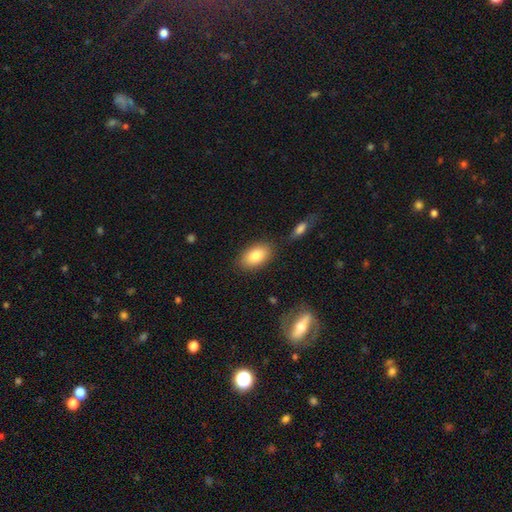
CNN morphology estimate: smooth 83%, featured or disk 10%, star or artifact 7%. Down the decision tree: how rounded — in between (91%); merging — none (82%).